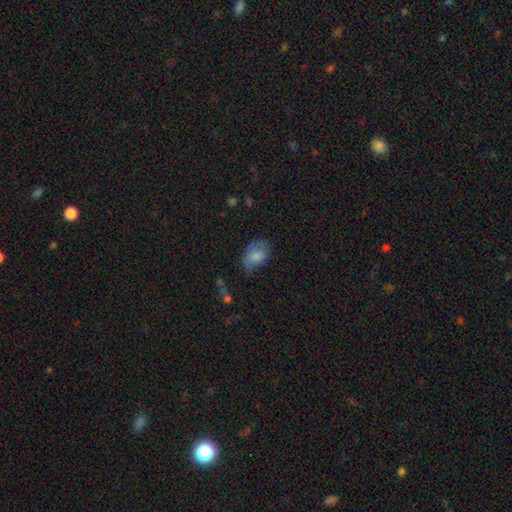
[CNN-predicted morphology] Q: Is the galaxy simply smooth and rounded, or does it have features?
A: smooth — 76%.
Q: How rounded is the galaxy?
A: in between — 86%.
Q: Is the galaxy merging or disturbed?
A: none — 45%.